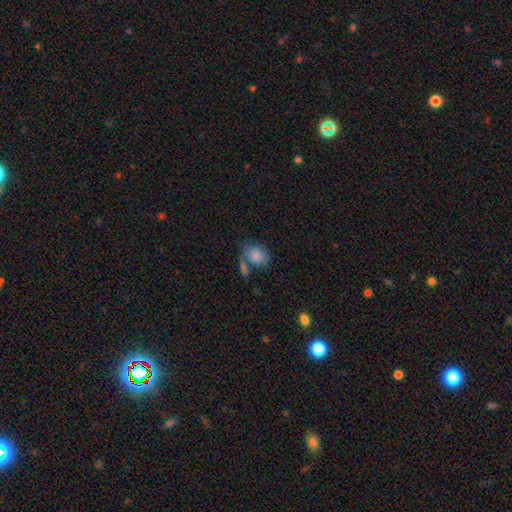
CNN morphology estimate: Smooth or featured? smooth (80%)
How rounded? in between (58%)
Merging? none (44%)